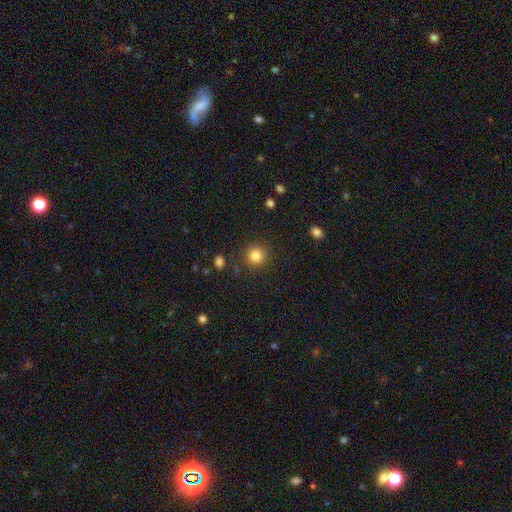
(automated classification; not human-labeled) Smooth or featured?
  - smooth: 83% *
  - star or artifact: 12%
  - featured or disk: 5%
How rounded?
  - round: 93% *
  - in between: 6%
  - cigar-shaped: 1%
Merging?
  - none: 89% *
  - minor disturbance: 6%
  - major disturbance: 3%
  - merger: 2%